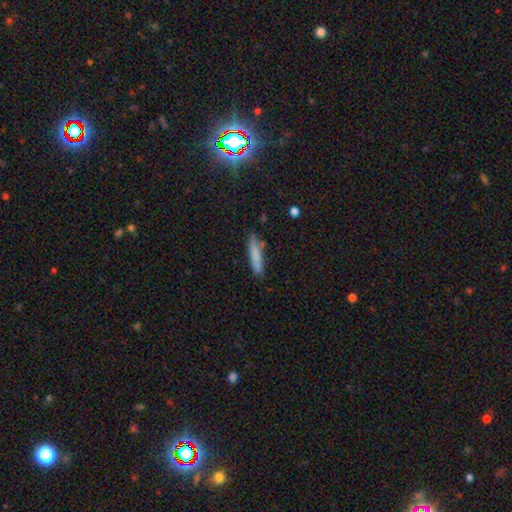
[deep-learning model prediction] This is likely a smooth galaxy (79%). How rounded: clearly cigar-shaped (87%). Merging: likely none (78%).